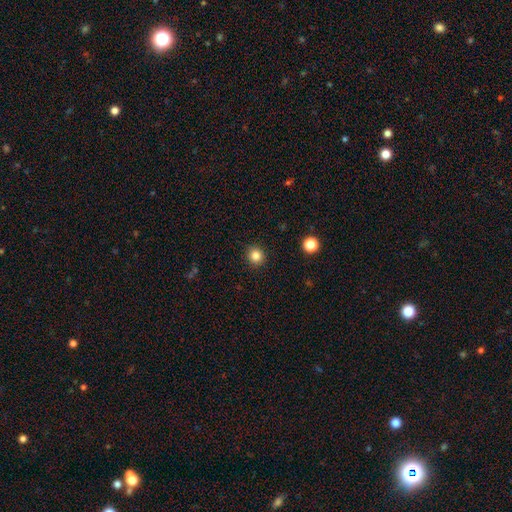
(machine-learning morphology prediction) smooth-or-featured: smooth: 83% | star or artifact: 12% | featured or disk: 5%
  how-rounded: round: 91% | in between: 8% | cigar-shaped: 1%
  merging: none: 91% | minor disturbance: 6% | major disturbance: 2% | merger: 1%